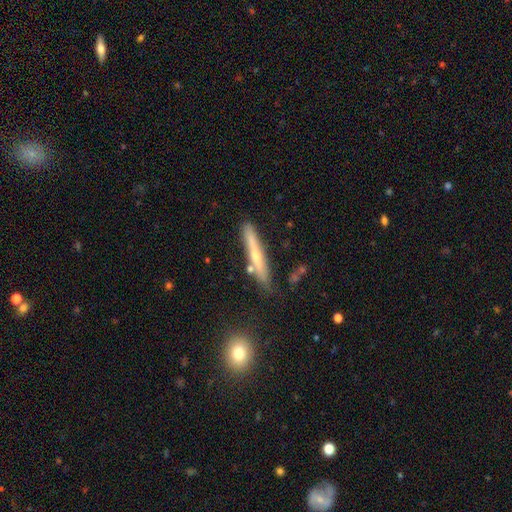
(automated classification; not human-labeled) featured or disk 53%, smooth 40%, star or artifact 7%. Down the decision tree: edge-on disk — yes (93%); merging — none (81%).